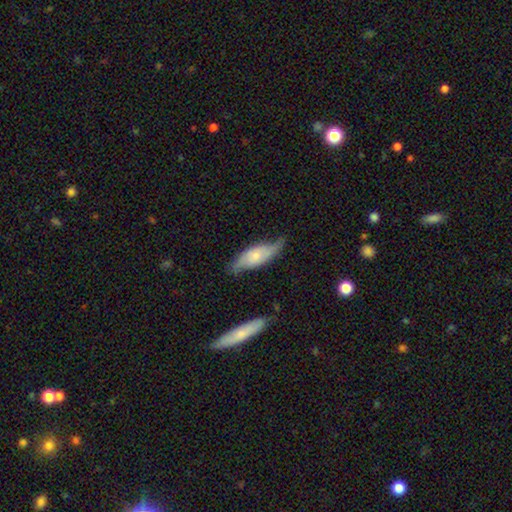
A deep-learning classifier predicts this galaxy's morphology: type=featured or disk (56%); edge-on=no (77%); merging=none (65%).